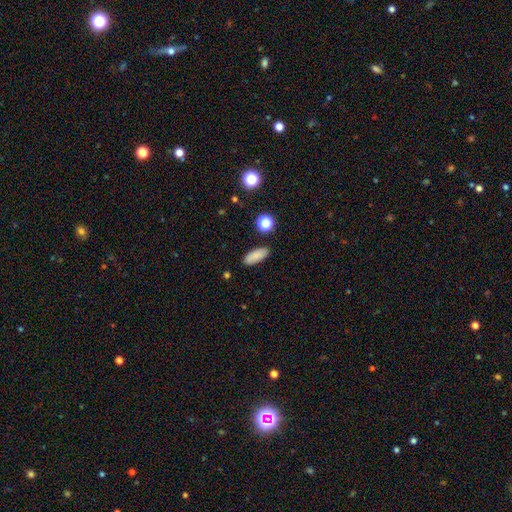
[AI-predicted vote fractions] Morphology: type=smooth (85%); roundness=in between (79%); merging=none (87%).